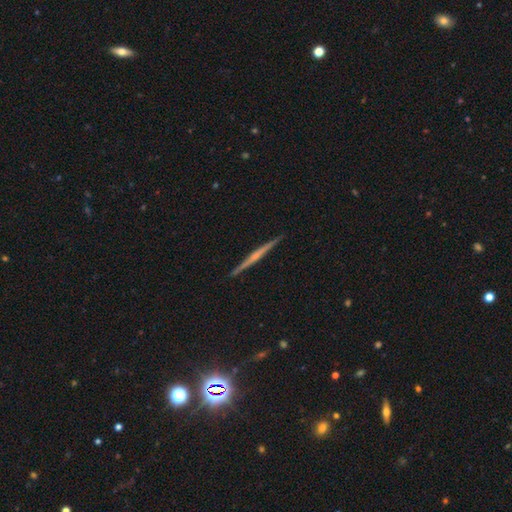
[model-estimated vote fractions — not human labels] This is likely a featured or disk galaxy (73%). It is clearly viewed edge-on (98%). Edge-on bulge: possibly none (51%). Merging: clearly none (92%).